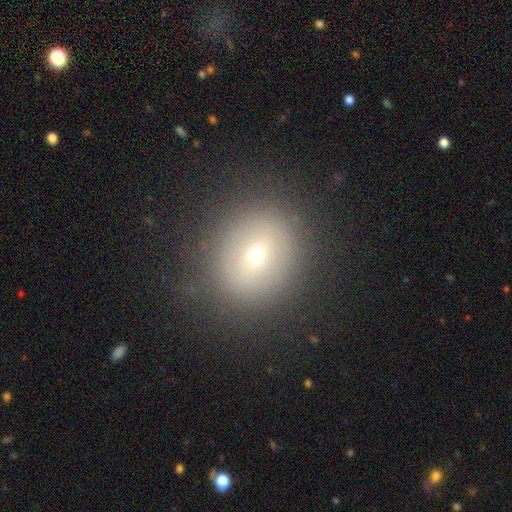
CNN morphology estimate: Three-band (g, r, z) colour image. It shows a smooth galaxy with no disk features (59%) that is round (77%). Merging: none (84%).